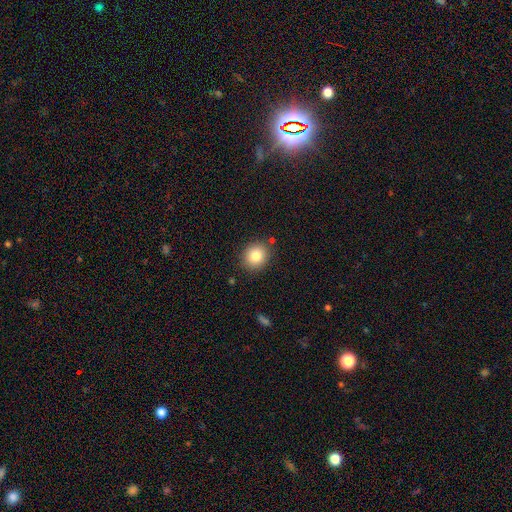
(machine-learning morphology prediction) Q: Smooth or featured?
A: smooth (82%); runner-up: star or artifact (10%)
Q: How rounded?
A: round (75%); runner-up: in between (25%)
Q: Merging?
A: none (86%); runner-up: minor disturbance (10%)